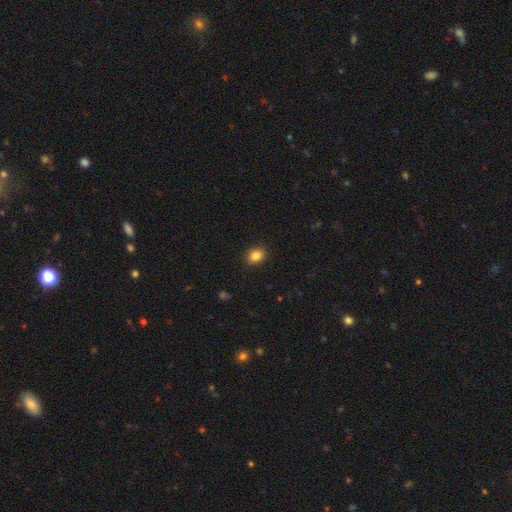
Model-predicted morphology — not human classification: This appears to be a smooth galaxy with no disk features (86%) that is in between round and cigar-shaped (63%). Merging: none (88%).